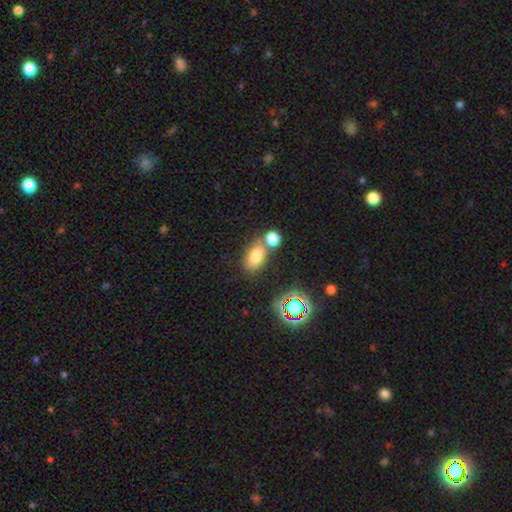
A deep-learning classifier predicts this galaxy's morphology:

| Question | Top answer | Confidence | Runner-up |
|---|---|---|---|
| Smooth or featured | smooth | 73% | star or artifact (16%) |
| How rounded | in between | 83% | round (14%) |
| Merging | none | 56% | merger (27%) |